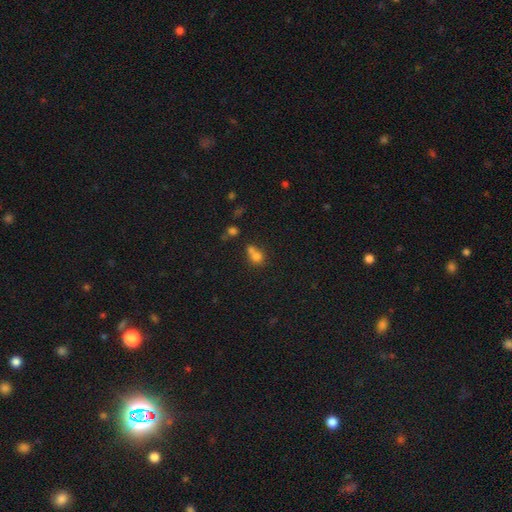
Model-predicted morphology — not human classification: smooth_or_featured: smooth (p=0.73) [alt: featured or disk p=0.14]
how_rounded: round (p=0.75) [alt: in between p=0.24]
merging: merger (p=0.54) [alt: none p=0.33]